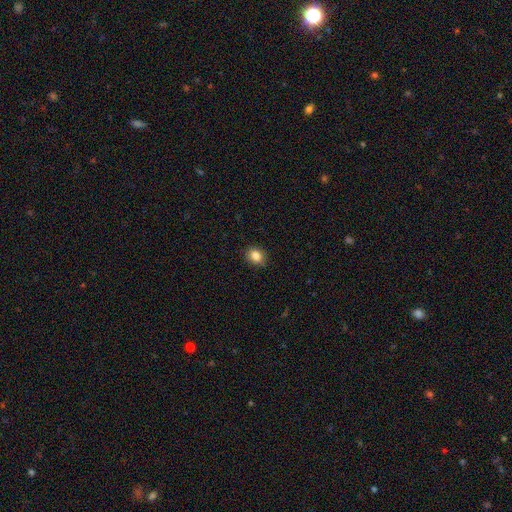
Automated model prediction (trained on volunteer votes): The model was most divided on "how rounded": round: 55%, in between: 44%, cigar-shaped: 1%. More confident: merging — none (88%); smooth or featured — smooth (85%).